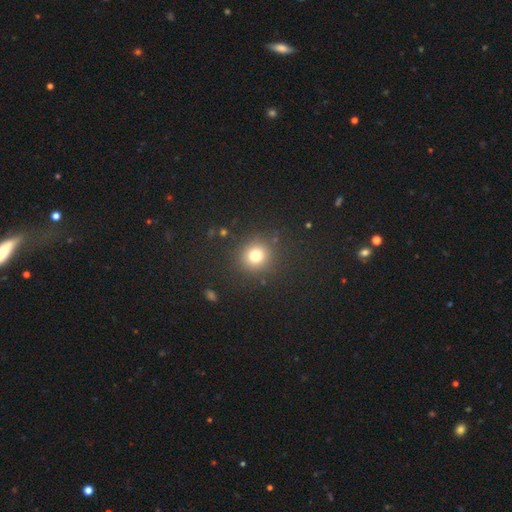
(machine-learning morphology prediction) Smooth or featured: smooth — 76% (star or artifact — 17%)
How rounded: round — 91% (in between — 8%)
Merging: none — 88% (minor disturbance — 7%)